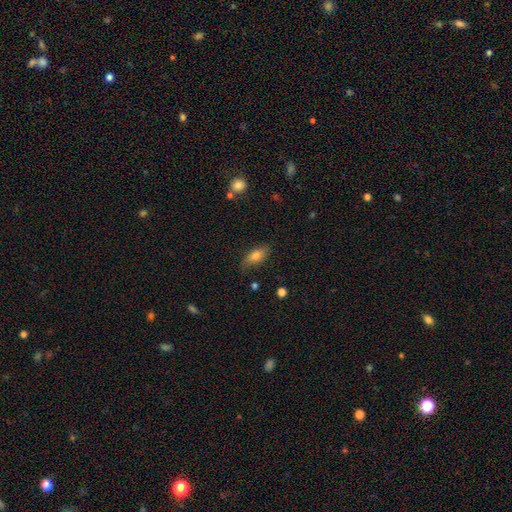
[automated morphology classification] Smooth or featured? smooth (75%)
How rounded? in between (81%)
Merging? none (78%)